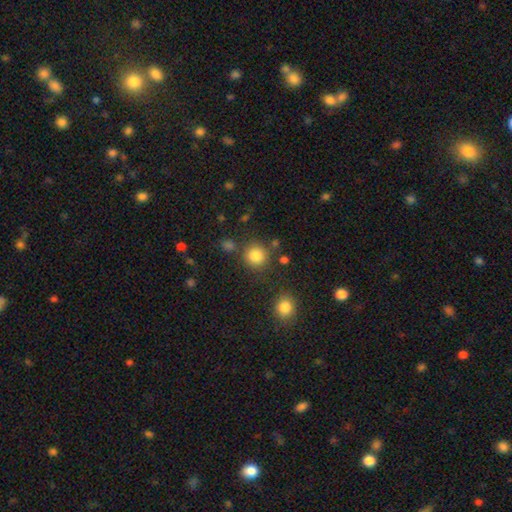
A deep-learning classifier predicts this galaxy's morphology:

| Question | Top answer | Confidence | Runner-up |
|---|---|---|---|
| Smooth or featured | smooth | 84% | star or artifact (11%) |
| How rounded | round | 90% | in between (9%) |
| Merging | none | 80% | minor disturbance (9%) |